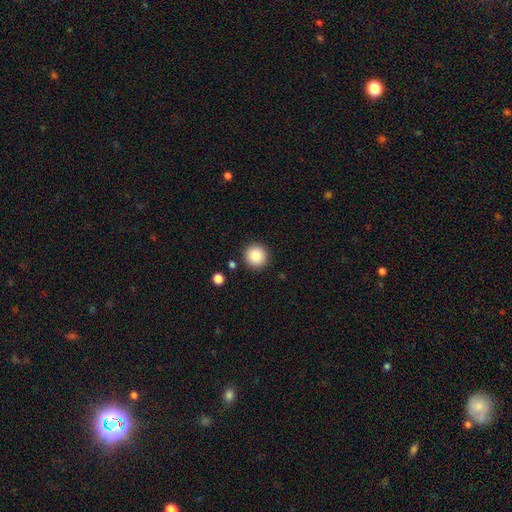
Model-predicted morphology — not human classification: Smooth or featured: smooth — 87% (star or artifact — 9%)
How rounded: round — 95% (in between — 4%)
Merging: none — 90% (minor disturbance — 6%)